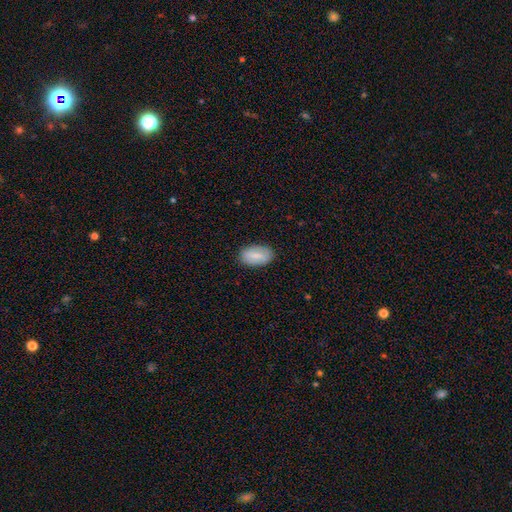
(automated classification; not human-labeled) smooth_or_featured: smooth (p=0.76) [alt: featured or disk p=0.18]
how_rounded: in between (p=0.93) [alt: round p=0.04]
merging: none (p=0.86) [alt: minor disturbance p=0.11]